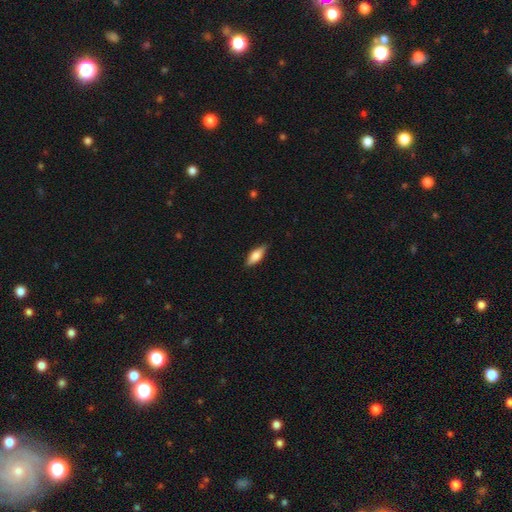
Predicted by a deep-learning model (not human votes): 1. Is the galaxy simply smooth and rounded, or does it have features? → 67% smooth, 26% featured or disk, 6% star or artifact.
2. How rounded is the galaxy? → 64% in between, 34% cigar-shaped, 3% round.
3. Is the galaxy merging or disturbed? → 85% none, 12% minor disturbance, 2% major disturbance, 1% merger.